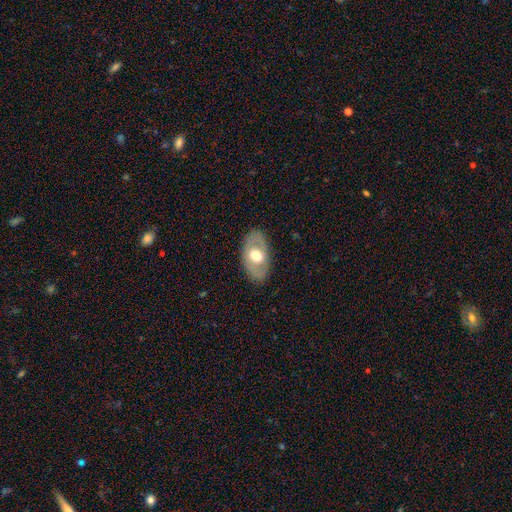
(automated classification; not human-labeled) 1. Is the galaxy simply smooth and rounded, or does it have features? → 52% featured or disk, 42% smooth, 6% star or artifact.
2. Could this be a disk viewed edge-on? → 88% no, 12% yes.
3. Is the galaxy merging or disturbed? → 83% none, 12% minor disturbance, 4% major disturbance, 1% merger.